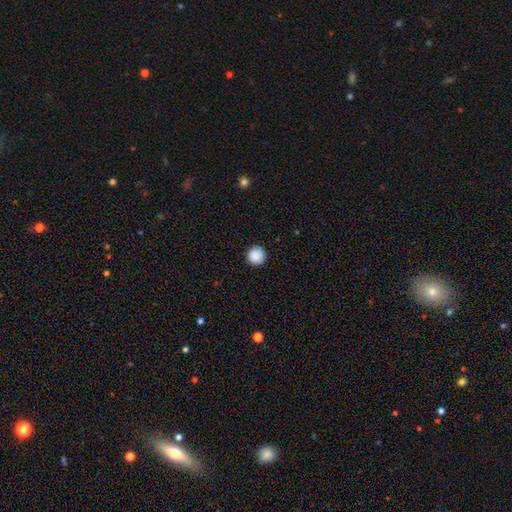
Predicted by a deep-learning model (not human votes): Q: Smooth or featured?
A: smooth (89%); runner-up: star or artifact (8%)
Q: How rounded?
A: round (96%); runner-up: in between (4%)
Q: Merging?
A: none (92%); runner-up: minor disturbance (5%)